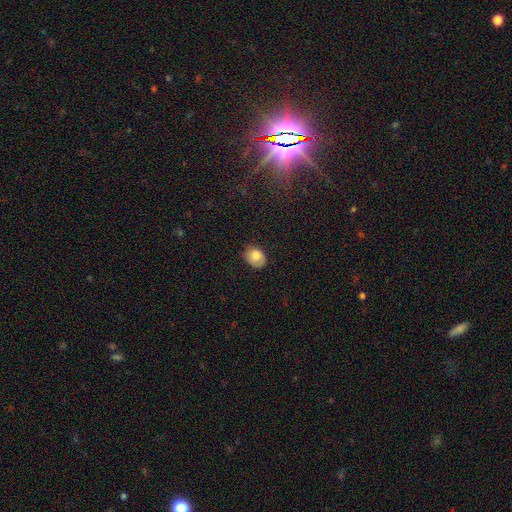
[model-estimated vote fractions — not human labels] Smooth or featured? Predicted: smooth (p=0.83). How rounded? Predicted: in between (p=0.62). Merging? Predicted: none (p=0.75).